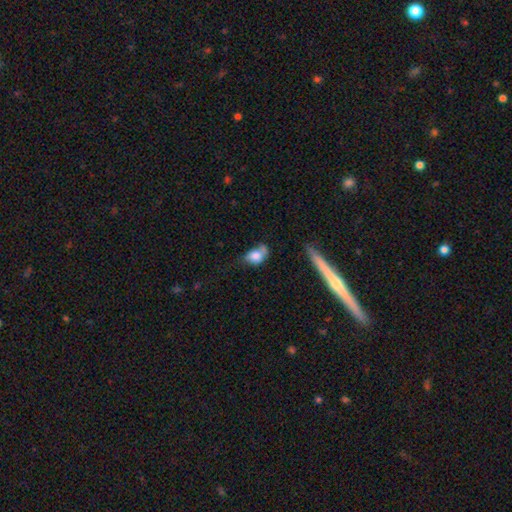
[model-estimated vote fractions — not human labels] Smooth or featured?
  - smooth: 74% *
  - featured or disk: 18%
  - star or artifact: 8%
How rounded?
  - in between: 79% *
  - round: 17%
  - cigar-shaped: 3%
Merging?
  - minor disturbance: 32% *
  - none: 30%
  - major disturbance: 24%
  - merger: 13%